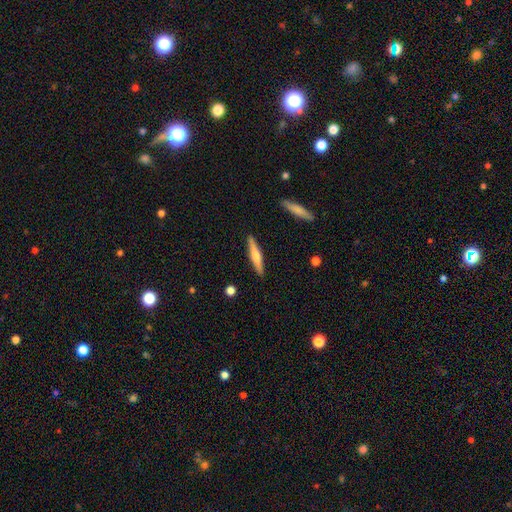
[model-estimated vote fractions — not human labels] A smooth galaxy with no disk features (48%).

Vote fractions:
- Smooth or featured? smooth: 48% / featured or disk: 47% / star or artifact: 5%
- Merging? none: 89% / minor disturbance: 7% / merger: 2% / major disturbance: 2%